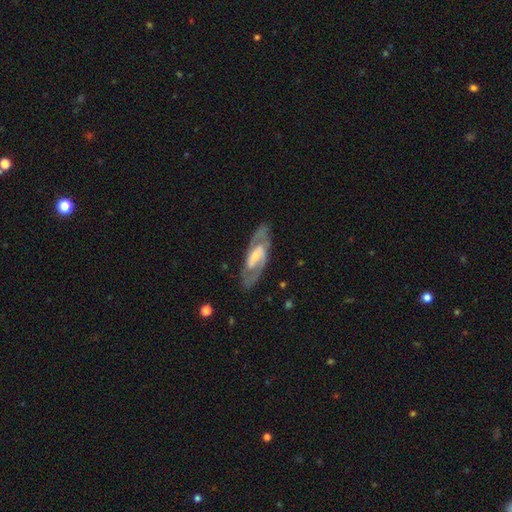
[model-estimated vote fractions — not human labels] This appears to be a featured or disk galaxy (83%) with a weak bar (43%), 2 (84%) medium (50%) spiral arms (89%) and a small central bulge (46%). Merging: none (81%).